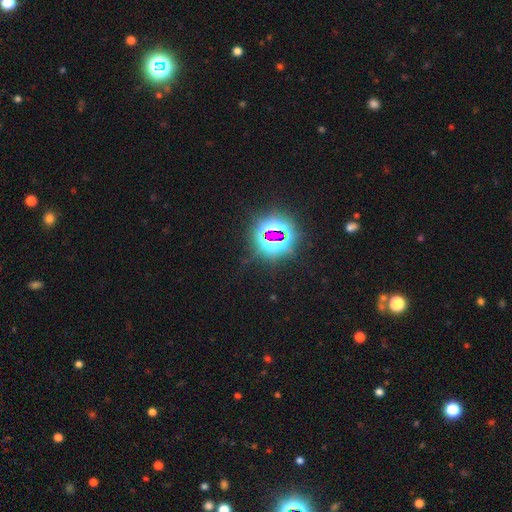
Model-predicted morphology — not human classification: Smooth or featured? Predicted: star or artifact (p=0.80).